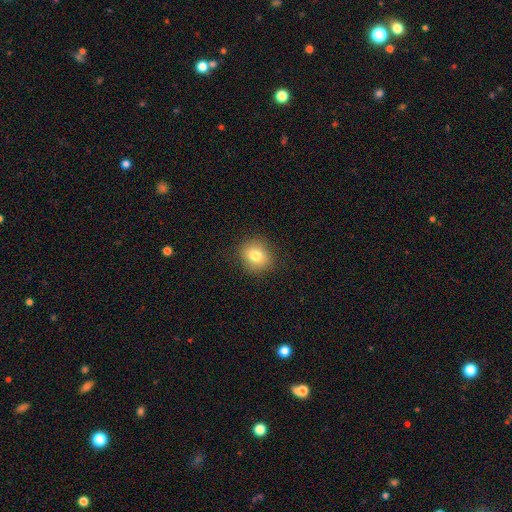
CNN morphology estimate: A smooth galaxy with no disk features (78%) that is round (74%). Merging: none (88%).